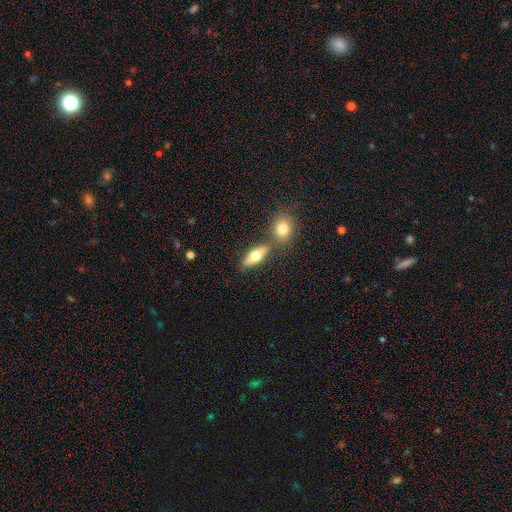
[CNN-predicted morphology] smooth-or-featured: smooth: 55% | featured or disk: 38% | star or artifact: 7%
  how-rounded: in between: 55% | cigar-shaped: 39% | round: 6%
  merging: none: 69% | merger: 18% | minor disturbance: 10% | major disturbance: 3%